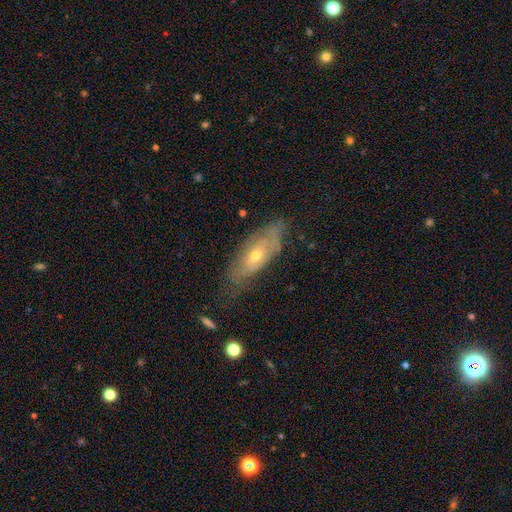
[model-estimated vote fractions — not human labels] Smooth or featured? featured or disk (65%)
Edge-on disk? no (75%)
Merging? none (65%)